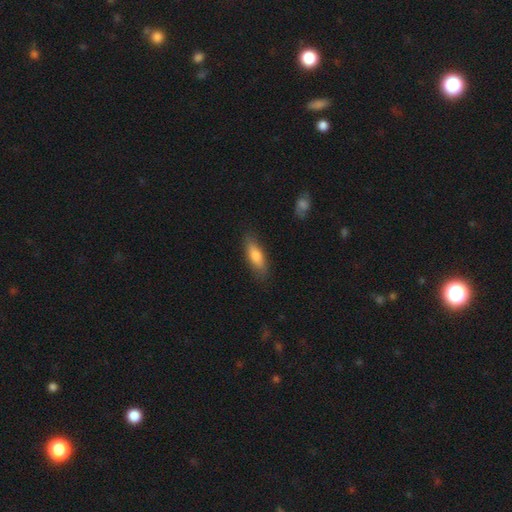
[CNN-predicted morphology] smooth_or_featured: smooth (p=0.74) [alt: featured or disk p=0.20]
how_rounded: in between (p=0.54) [alt: cigar-shaped p=0.44]
merging: none (p=0.83) [alt: minor disturbance p=0.13]